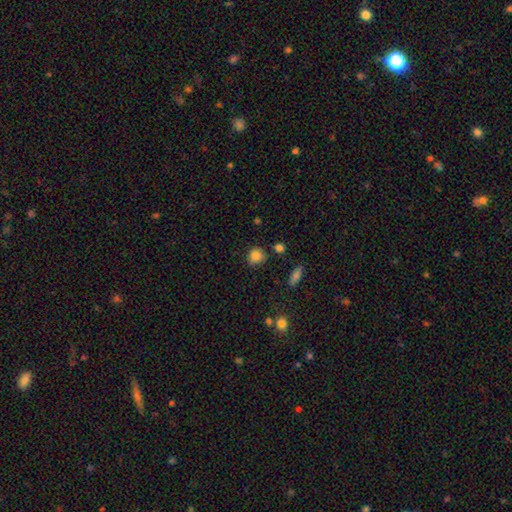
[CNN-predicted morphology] A smooth galaxy with no disk features (84%) that is round (77%). Merging: none (74%).